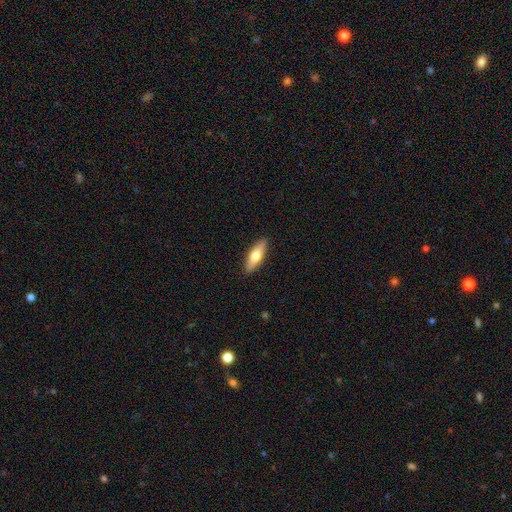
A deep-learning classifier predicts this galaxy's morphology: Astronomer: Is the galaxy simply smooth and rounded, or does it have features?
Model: smooth — 64%.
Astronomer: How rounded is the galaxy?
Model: in between — 53% (runner-up: cigar-shaped, 45%).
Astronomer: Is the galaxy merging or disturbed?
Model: none — 90%.